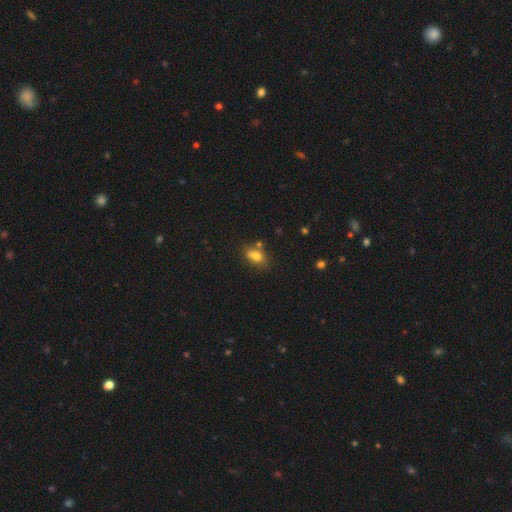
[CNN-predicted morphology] Q: Smooth or featured?
A: smooth (78%); runner-up: featured or disk (12%)
Q: How rounded?
A: in between (83%); runner-up: round (13%)
Q: Merging?
A: none (64%); runner-up: minor disturbance (18%)